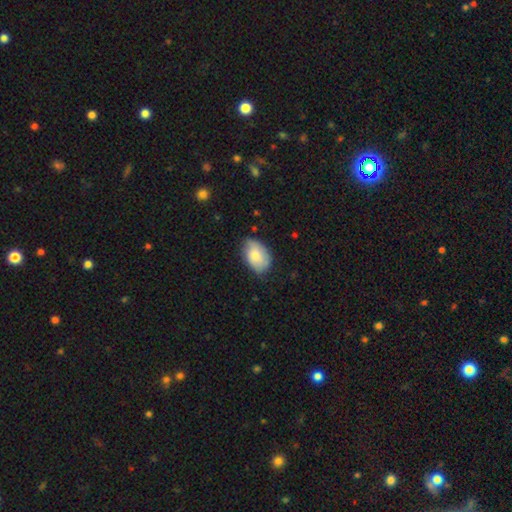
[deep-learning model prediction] Q: Smooth or featured?
A: smooth (79%); runner-up: featured or disk (15%)
Q: How rounded?
A: in between (89%); runner-up: round (9%)
Q: Merging?
A: none (70%); runner-up: minor disturbance (25%)